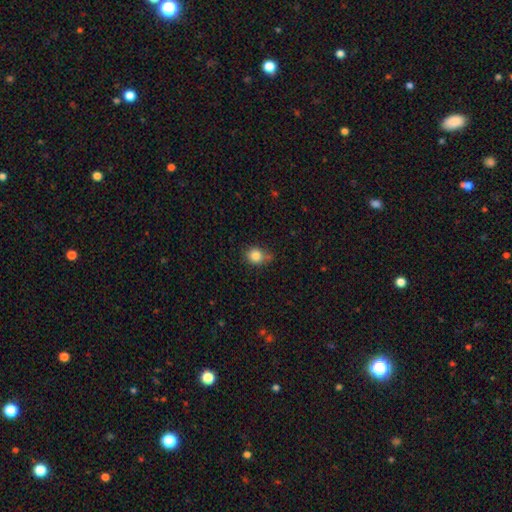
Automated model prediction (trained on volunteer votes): Q: Smooth or featured?
A: smooth (84%); runner-up: star or artifact (10%)
Q: How rounded?
A: round (70%); runner-up: in between (29%)
Q: Merging?
A: none (62%); runner-up: minor disturbance (26%)